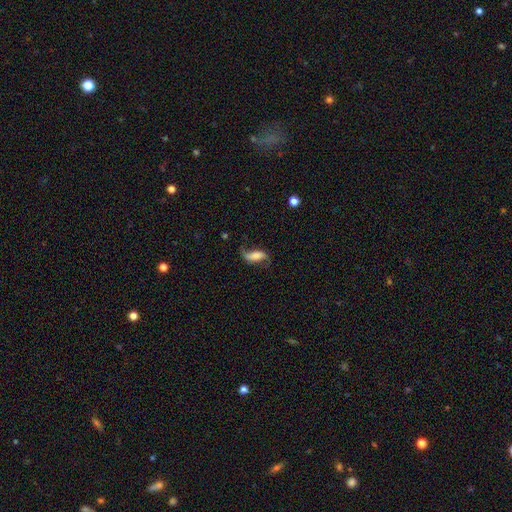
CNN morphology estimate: smooth_or_featured: featured or disk (p=0.64) [alt: smooth p=0.27]
disk_edge_on: no (p=0.91) [alt: yes p=0.09]
bar: no (p=0.41) [alt: weak p=0.35]
has_spiral_arms: yes (p=0.91) [alt: no p=0.09]
spiral_winding: loose (p=0.81) [alt: medium p=0.15]
spiral_arm_count: 2 (p=0.84) [alt: 1 p=0.10]
bulge_size: moderate (p=0.29) [tied with: small p=0.29]
merging: none (p=0.59) [alt: minor disturbance p=0.22]